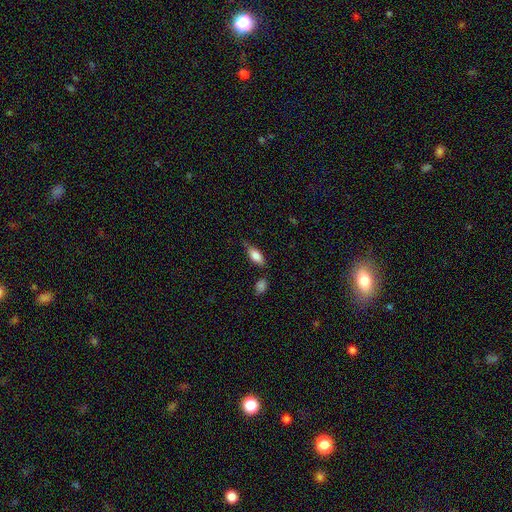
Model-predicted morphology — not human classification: This is likely a smooth galaxy (78%). How rounded: likely in between (80%). Merging: likely none (67%).